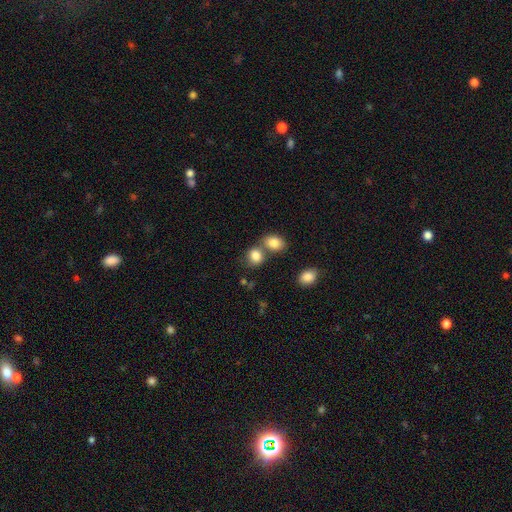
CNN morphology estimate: This is clearly a smooth galaxy (84%). How rounded: possibly round (56%). Merging: possibly none (47%).